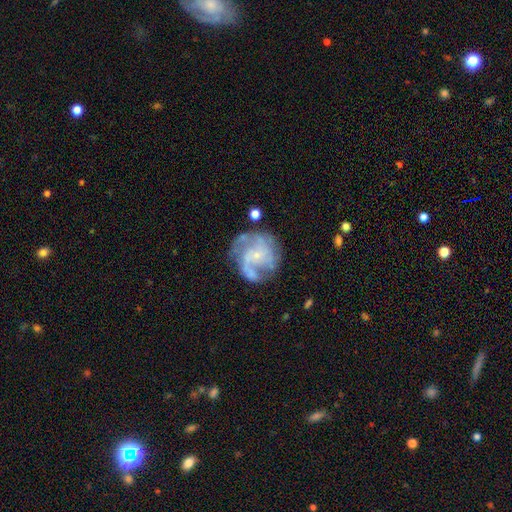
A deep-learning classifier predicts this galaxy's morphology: Smooth or featured? Predicted: featured or disk (p=0.81). Edge-on disk? Predicted: no (p=0.98). Bar? Predicted: no (p=0.70). Spiral arms? Predicted: yes (p=0.90). Spiral winding? Predicted: medium (p=0.46). Spiral arm count? Predicted: 3 (p=0.29). Bulge size? Predicted: small (p=0.78). Merging? Predicted: none (p=0.60).